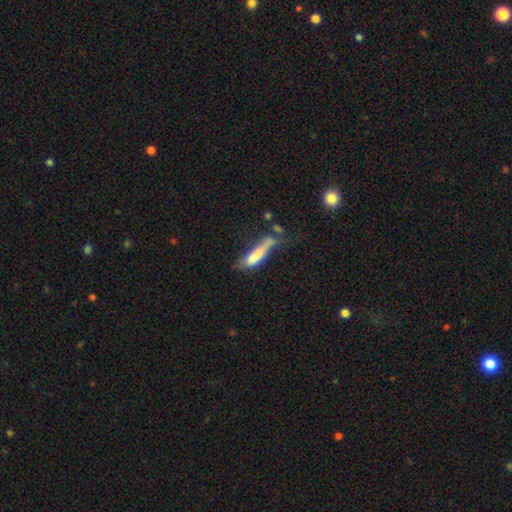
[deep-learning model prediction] Smooth or featured: smooth — 67% (featured or disk — 25%)
How rounded: cigar-shaped — 74% (in between — 24%)
Merging: major disturbance — 31% (minor disturbance — 27%)